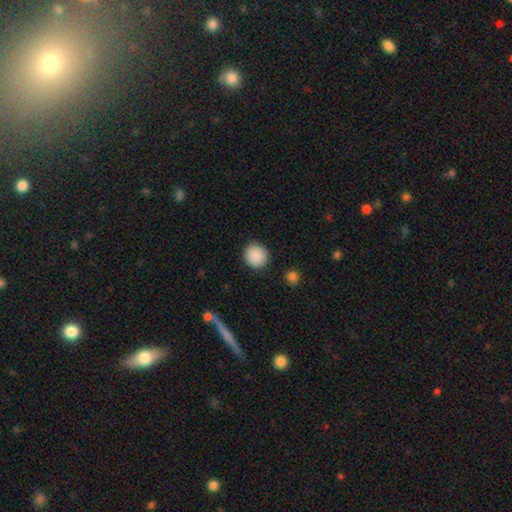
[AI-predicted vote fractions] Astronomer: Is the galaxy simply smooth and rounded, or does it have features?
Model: smooth — 89%.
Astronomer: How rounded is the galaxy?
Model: round — 91%.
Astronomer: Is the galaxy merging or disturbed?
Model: none — 89%.